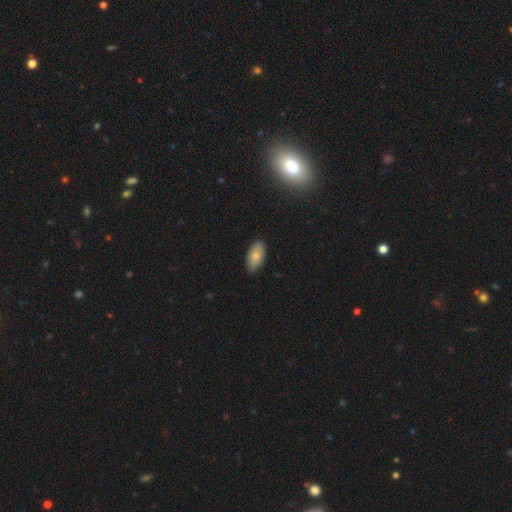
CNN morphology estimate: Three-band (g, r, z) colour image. It shows a smooth galaxy with no disk features (80%) that is in between round and cigar-shaped (94%). Merging: none (87%).